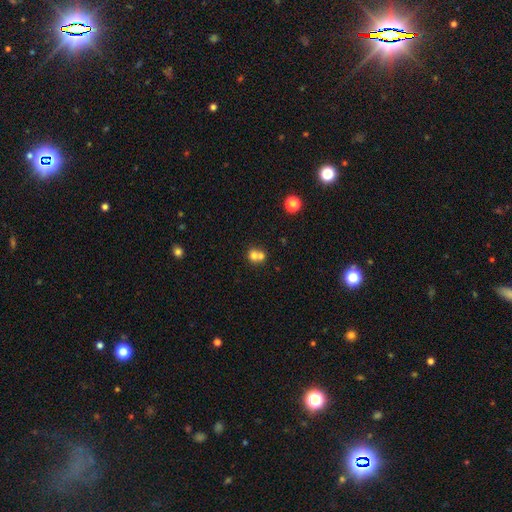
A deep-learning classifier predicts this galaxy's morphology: The model was most divided on "merging": merger: 62%, none: 30%, minor disturbance: 5%, major disturbance: 3%. More confident: how rounded — round (80%); smooth or featured — smooth (70%).